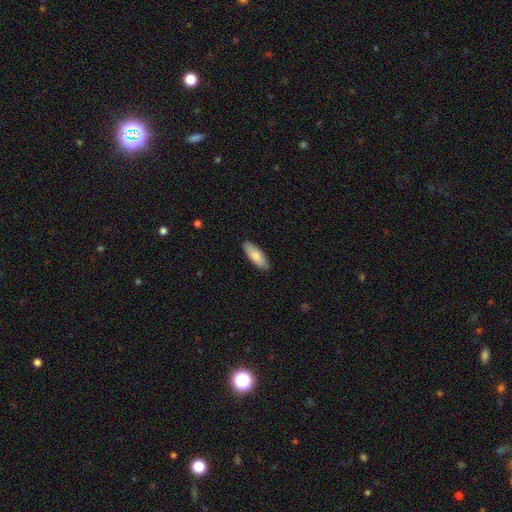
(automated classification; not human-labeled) A smooth galaxy with no disk features (83%) that is in between round and cigar-shaped (69%).

Vote fractions:
- Smooth or featured? smooth: 83% / featured or disk: 12% / star or artifact: 5%
- How rounded? in between: 69% / cigar-shaped: 29% / round: 2%
- Merging? none: 89% / minor disturbance: 8% / major disturbance: 2% / merger: 1%